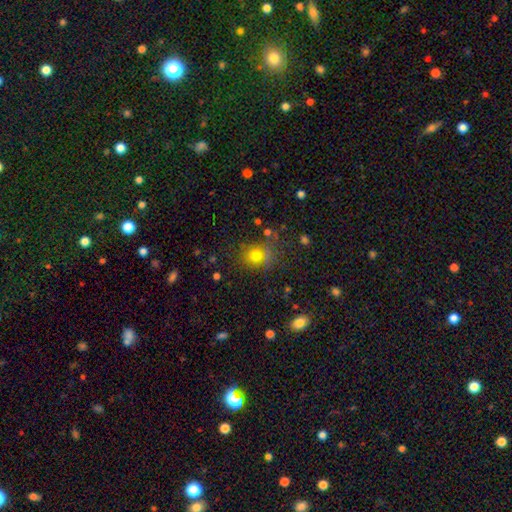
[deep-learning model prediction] smooth_or_featured: smooth (p=0.74) [alt: star or artifact p=0.17]
how_rounded: round (p=0.80) [alt: in between p=0.19]
merging: none (p=0.71) [alt: minor disturbance p=0.15]